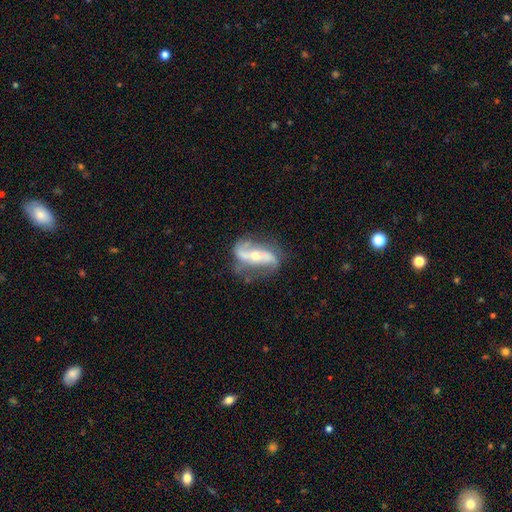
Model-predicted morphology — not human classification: This is clearly a featured or disk galaxy (85%). It is clearly not viewed edge-on (93%). Bar: marginally strong (39%). Spiral arm pattern: clearly yes (93%). Spiral arm count: clearly 2 (90%). Spiral winding: likely loose (67%). Central bulge: possibly moderate (52%). Merging: likely none (67%).